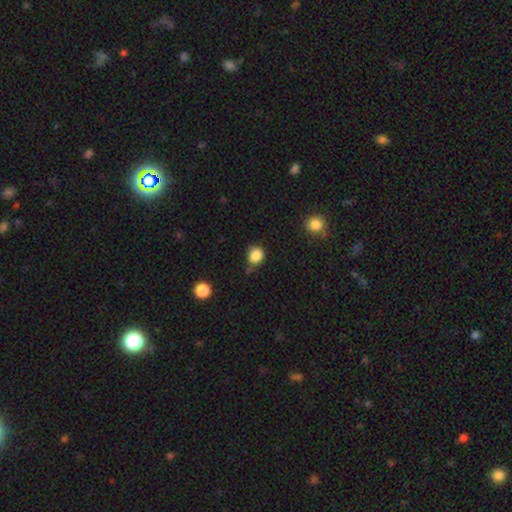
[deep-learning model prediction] This is clearly a smooth galaxy (86%). How rounded: likely round (76%). Merging: likely none (64%).